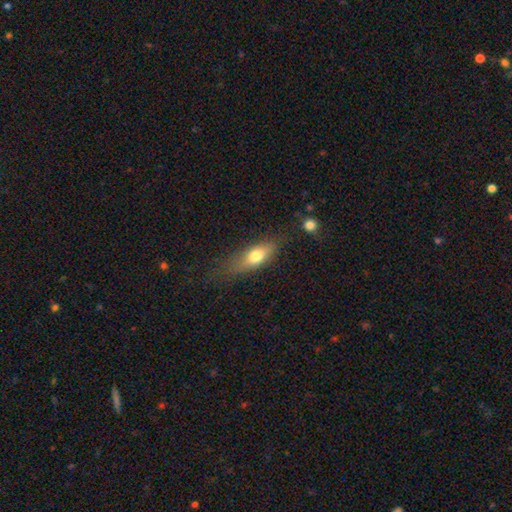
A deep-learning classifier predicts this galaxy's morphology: smooth-or-featured: smooth: 69% | featured or disk: 24% | star or artifact: 7%
  how-rounded: in between: 64% | cigar-shaped: 31% | round: 5%
  merging: none: 64% | minor disturbance: 24% | major disturbance: 10% | merger: 3%